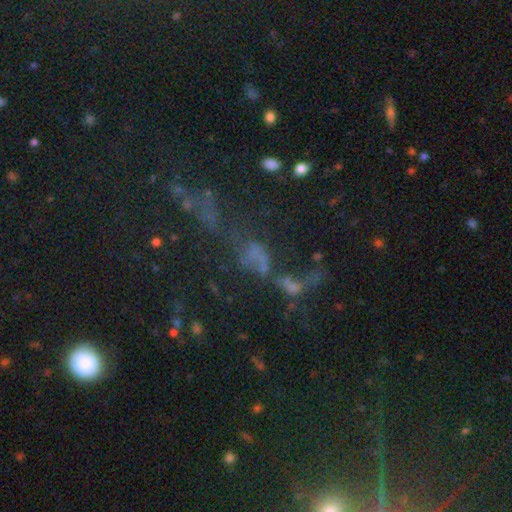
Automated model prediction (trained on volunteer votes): The model was most divided on "smooth or featured": star or artifact: 38%, smooth: 33%, featured or disk: 30%.